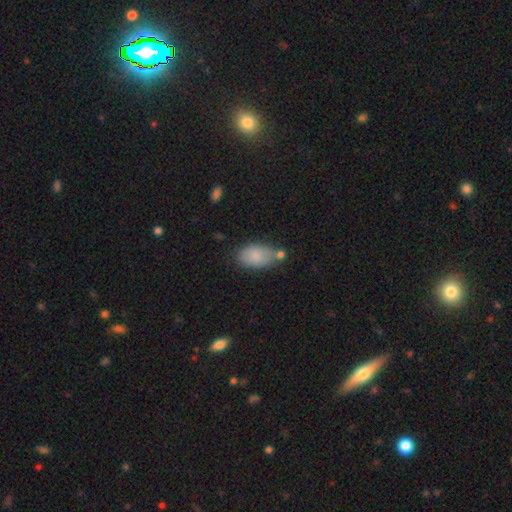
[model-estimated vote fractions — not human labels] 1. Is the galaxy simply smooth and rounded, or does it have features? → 83% smooth, 10% featured or disk, 7% star or artifact.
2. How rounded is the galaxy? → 93% in between, 6% round, 2% cigar-shaped.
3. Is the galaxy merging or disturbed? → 62% none, 21% minor disturbance, 13% merger, 5% major disturbance.